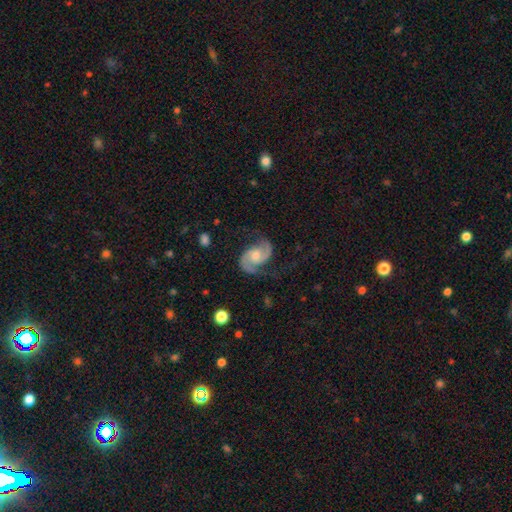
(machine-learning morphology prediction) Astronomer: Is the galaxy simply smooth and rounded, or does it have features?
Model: featured or disk — 89%.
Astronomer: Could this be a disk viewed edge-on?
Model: no — 98%.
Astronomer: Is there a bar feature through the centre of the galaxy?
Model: no — 56% (runner-up: weak, 37%).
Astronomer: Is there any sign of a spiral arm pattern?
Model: yes — 97%.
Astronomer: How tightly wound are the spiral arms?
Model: medium — 55%.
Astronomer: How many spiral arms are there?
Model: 2 — 93%.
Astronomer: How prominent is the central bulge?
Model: moderate — 58%.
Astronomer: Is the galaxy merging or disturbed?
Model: none — 71%.